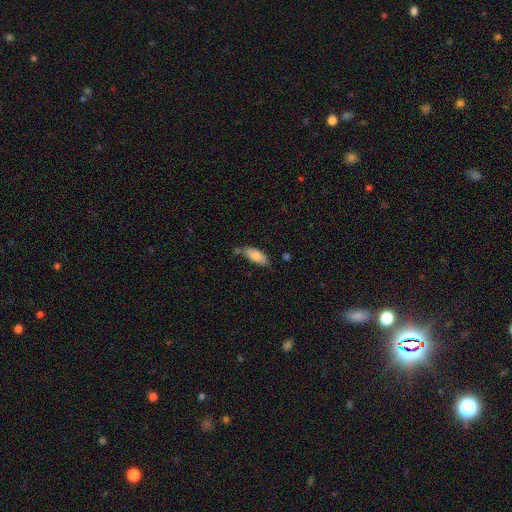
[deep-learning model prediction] smooth_or_featured: smooth (p=0.82) [alt: featured or disk p=0.11]
how_rounded: in between (p=0.80) [alt: cigar-shaped p=0.18]
merging: none (p=0.59) [alt: minor disturbance p=0.26]